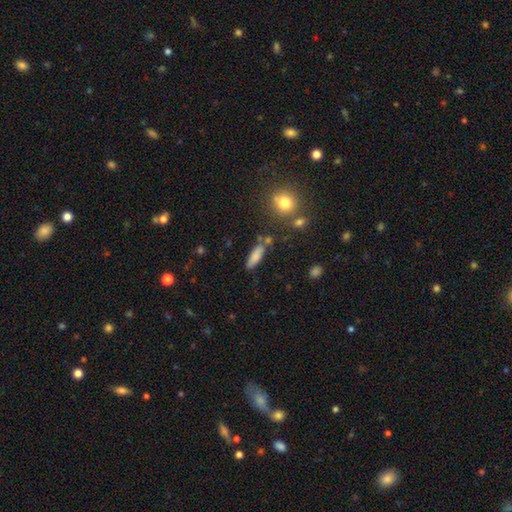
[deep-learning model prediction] smooth-or-featured: smooth: 80% | featured or disk: 11% | star or artifact: 9%
  how-rounded: in between: 55% | cigar-shaped: 42% | round: 3%
  merging: none: 71% | minor disturbance: 15% | merger: 9% | major disturbance: 5%